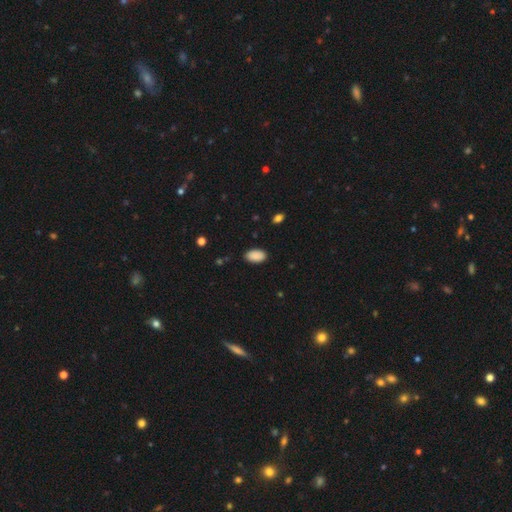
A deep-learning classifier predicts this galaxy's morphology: smooth_or_featured: smooth (p=0.90) [alt: star or artifact p=0.07]
how_rounded: in between (p=0.94) [alt: round p=0.04]
merging: none (p=0.87) [alt: minor disturbance p=0.10]